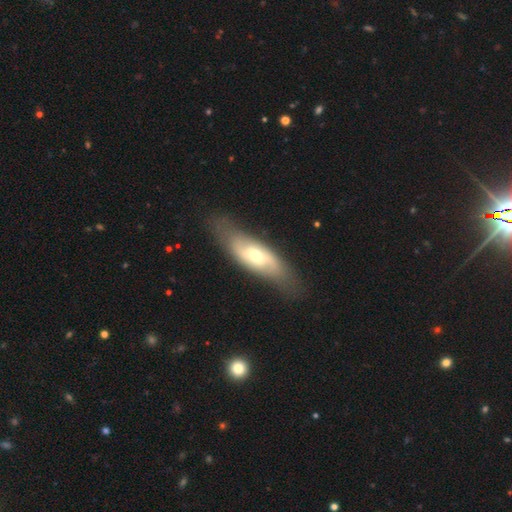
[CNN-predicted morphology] A featured or disk galaxy (60%). Merging: none (74%).